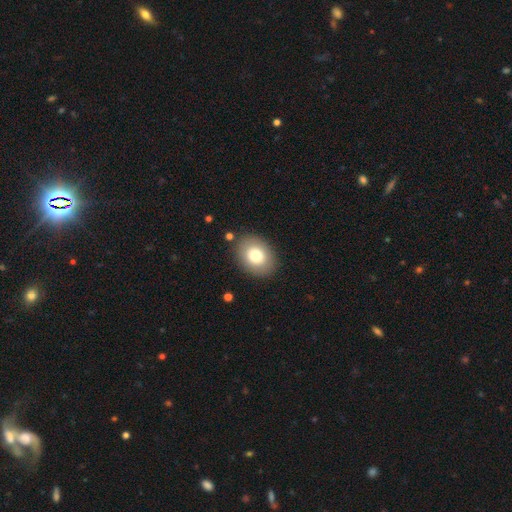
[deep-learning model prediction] smooth-or-featured: smooth: 77% | featured or disk: 14% | star or artifact: 9%
  how-rounded: in between: 63% | round: 36% | cigar-shaped: 1%
  merging: none: 86% | minor disturbance: 9% | major disturbance: 3% | merger: 2%